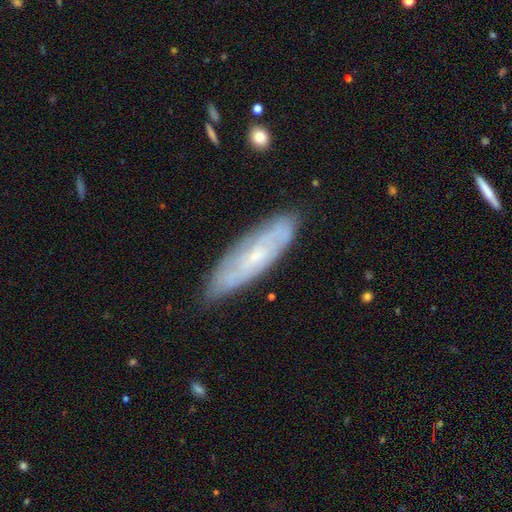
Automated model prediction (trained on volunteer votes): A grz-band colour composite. It shows a featured or disk galaxy (60%). Merging: none (81%).